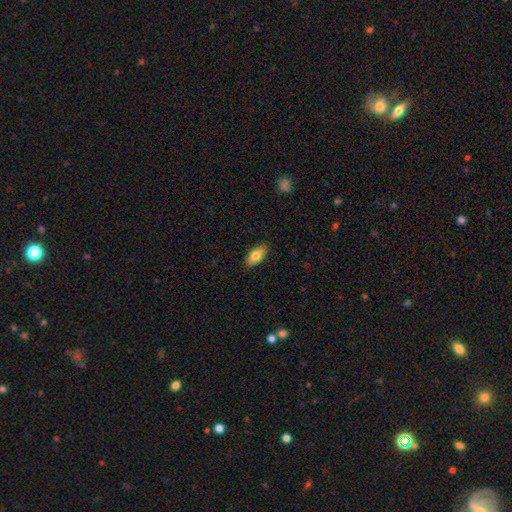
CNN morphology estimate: Smooth or featured: smooth — 81% (featured or disk — 12%)
How rounded: in between — 89% (cigar-shaped — 9%)
Merging: none — 88% (minor disturbance — 9%)